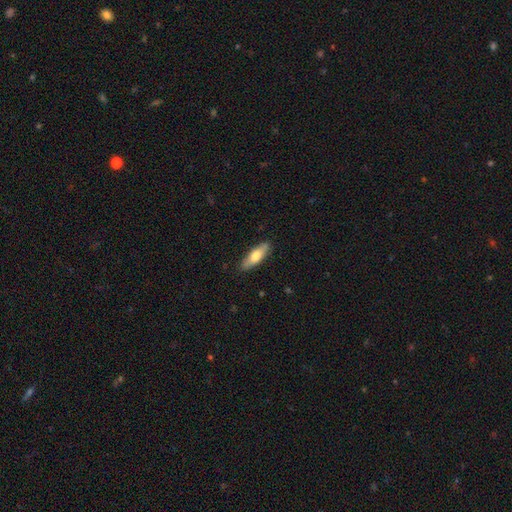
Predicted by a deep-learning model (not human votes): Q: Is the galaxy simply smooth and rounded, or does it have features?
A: smooth — 66%.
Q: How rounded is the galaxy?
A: cigar-shaped — 50%.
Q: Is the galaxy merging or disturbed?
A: none — 86%.